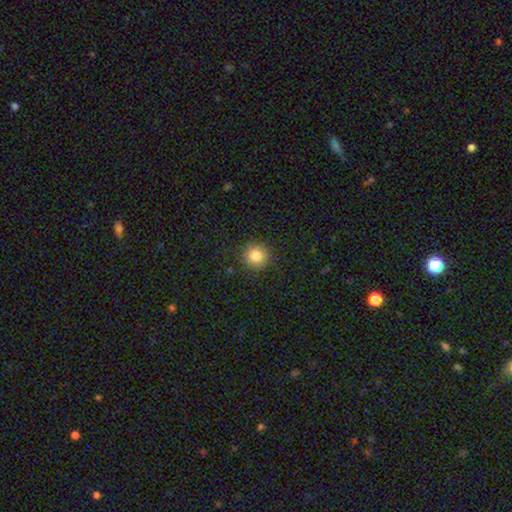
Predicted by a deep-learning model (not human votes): Smooth or featured? Predicted: smooth (p=0.83). How rounded? Predicted: round (p=0.94). Merging? Predicted: none (p=0.90).